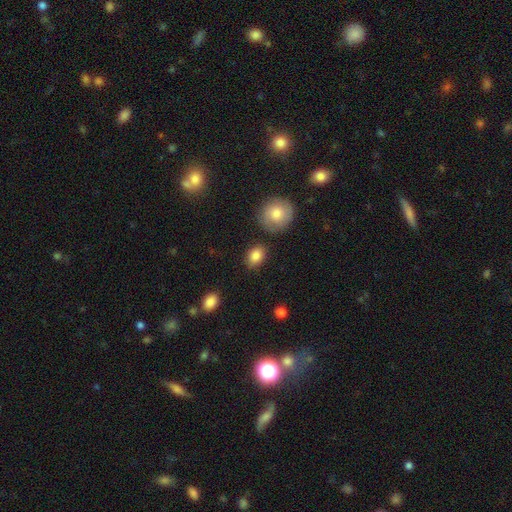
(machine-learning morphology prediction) Q: Smooth or featured?
A: smooth (86%); runner-up: star or artifact (8%)
Q: How rounded?
A: in between (68%); runner-up: round (30%)
Q: Merging?
A: none (81%); runner-up: minor disturbance (13%)